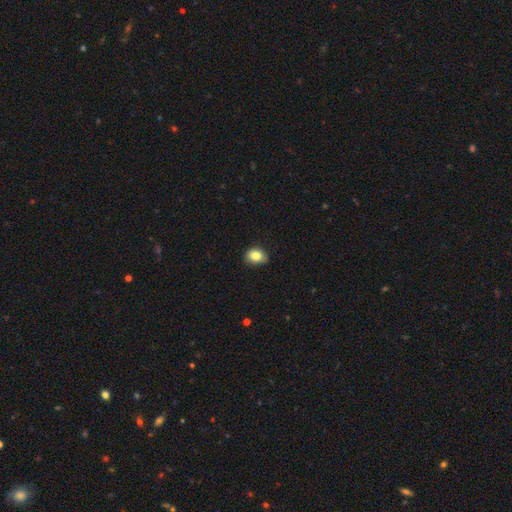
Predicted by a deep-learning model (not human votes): The model was most divided on "how rounded": in between: 50%, round: 49%, cigar-shaped: 1%. More confident: smooth or featured — smooth (83%); merging — none (75%).